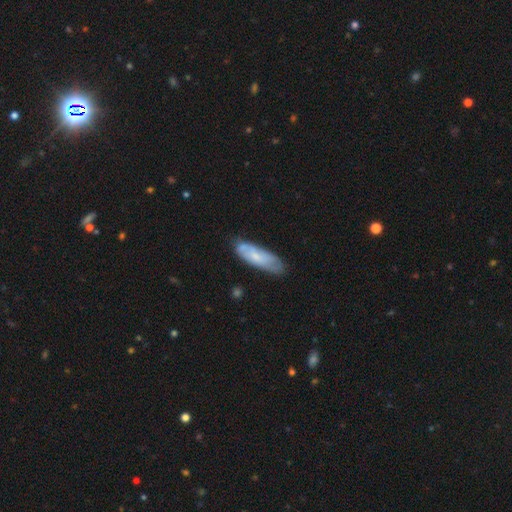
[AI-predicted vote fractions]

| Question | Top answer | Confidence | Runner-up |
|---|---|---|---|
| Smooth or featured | smooth | 58% | featured or disk (36%) |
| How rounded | in between | 53% | cigar-shaped (45%) |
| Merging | none | 66% | minor disturbance (25%) |